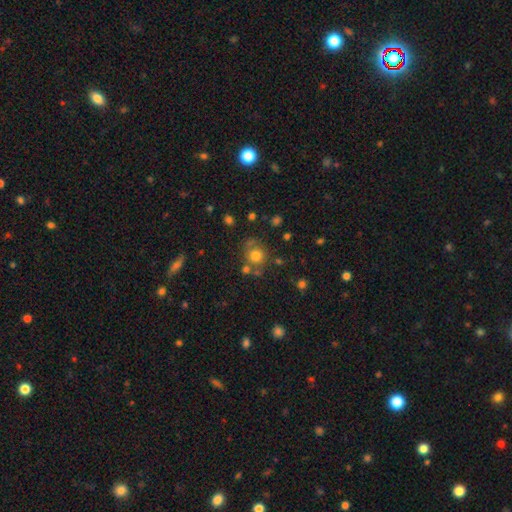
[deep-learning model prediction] This appears to be a smooth galaxy with no disk features (75%) that is round (87%). Merging: none (66%).